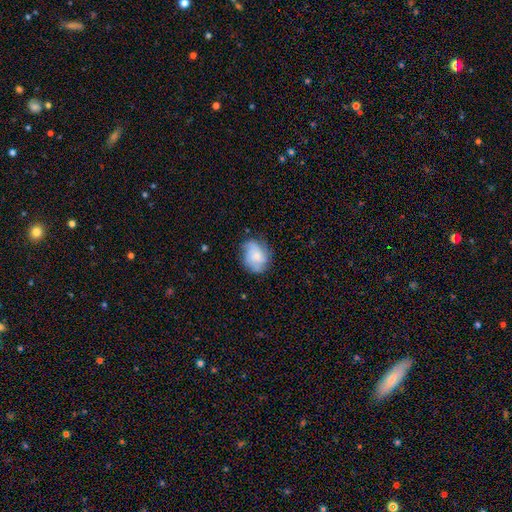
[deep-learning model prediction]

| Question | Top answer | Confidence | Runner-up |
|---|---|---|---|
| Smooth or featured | smooth | 51% | featured or disk (40%) |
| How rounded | in between | 52% | round (47%) |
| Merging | none | 64% | minor disturbance (25%) |